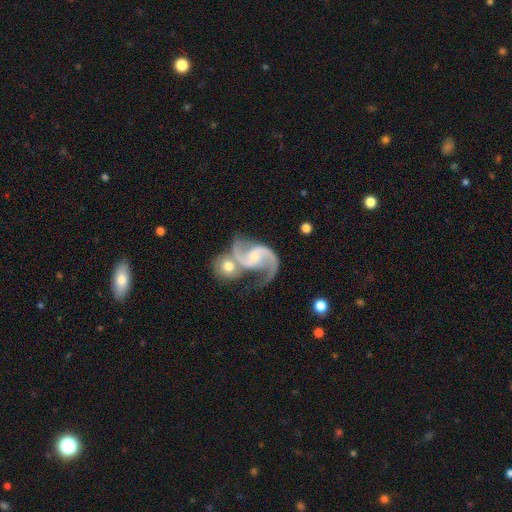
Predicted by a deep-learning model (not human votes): This appears to be a featured or disk galaxy (92%) with a weak bar (43%), 2 (93%) loose (57%) spiral arms (97%) and a small central bulge (60%). Merging: merger (39%).